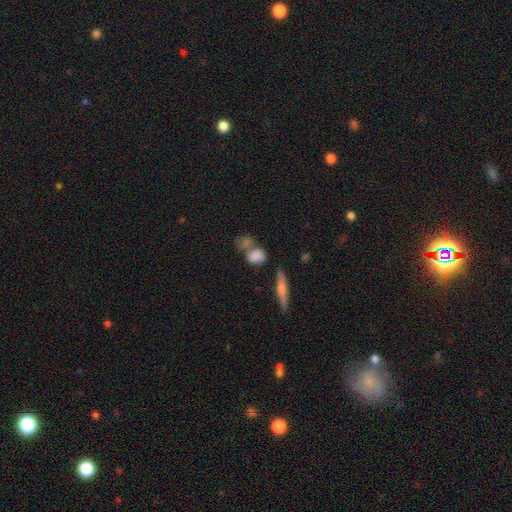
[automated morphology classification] The model was most divided on "merging": none: 41%, merger: 37%, minor disturbance: 15%, major disturbance: 8%. More confident: smooth or featured — smooth (78%); how rounded — in between (60%).